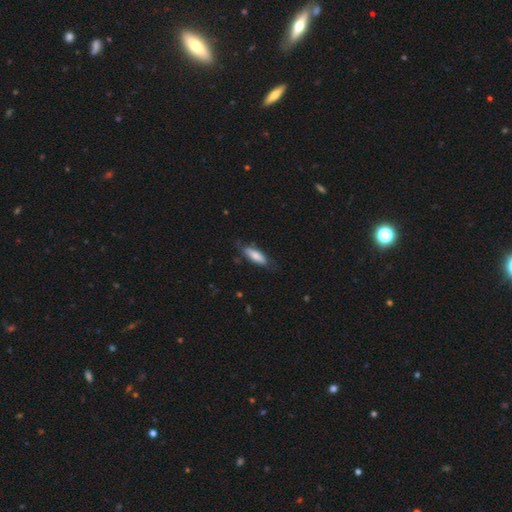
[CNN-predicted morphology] Q: Smooth or featured?
A: smooth (75%); runner-up: featured or disk (19%)
Q: How rounded?
A: in between (50%); runner-up: cigar-shaped (48%)
Q: Merging?
A: none (72%); runner-up: minor disturbance (21%)